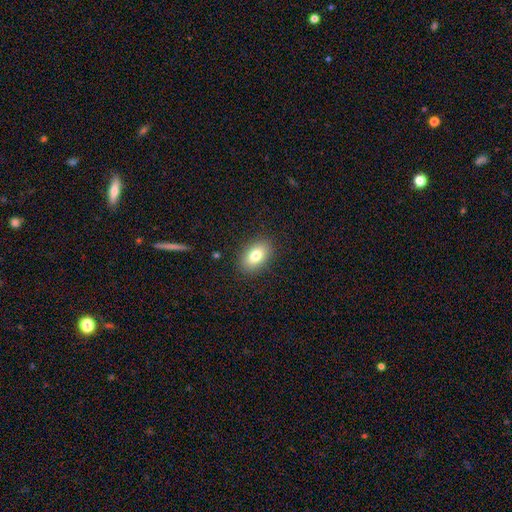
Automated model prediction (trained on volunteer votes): Overall: smooth (79%). How rounded: in between (88%). Merging: none (88%).